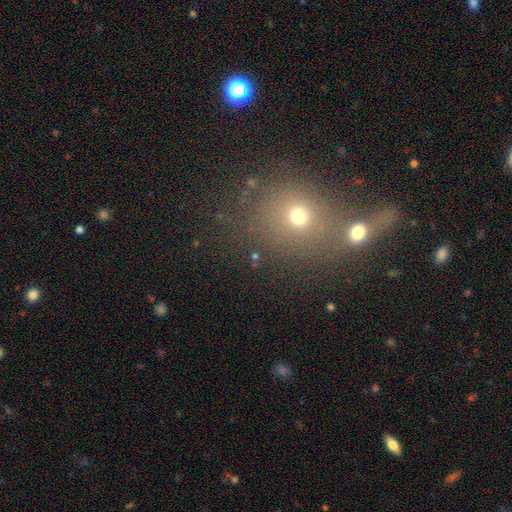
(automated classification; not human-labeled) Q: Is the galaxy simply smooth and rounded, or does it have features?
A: smooth — 59%.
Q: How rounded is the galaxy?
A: round — 73%.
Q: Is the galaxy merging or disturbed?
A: none — 61%.